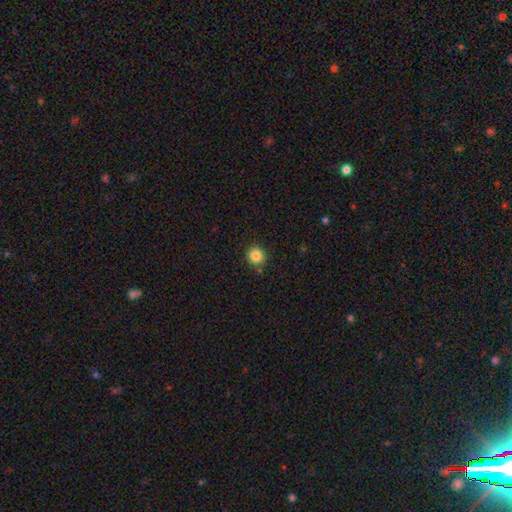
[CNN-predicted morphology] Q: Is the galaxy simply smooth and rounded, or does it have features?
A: smooth — 85%.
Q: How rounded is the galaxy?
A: round — 91%.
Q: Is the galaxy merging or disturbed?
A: none — 87%.